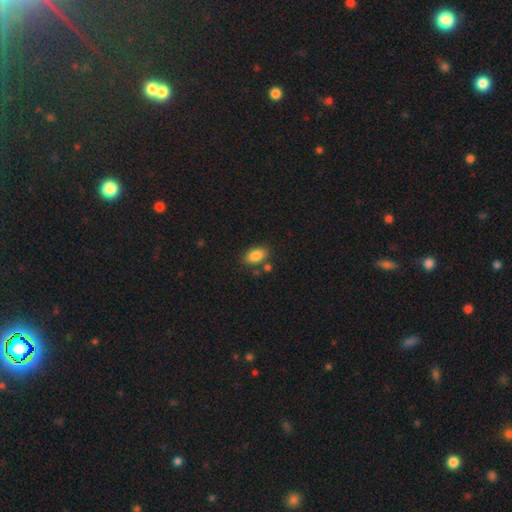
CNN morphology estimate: Q: Smooth or featured?
A: smooth (86%); runner-up: star or artifact (8%)
Q: How rounded?
A: in between (90%); runner-up: round (8%)
Q: Merging?
A: none (75%); runner-up: minor disturbance (13%)